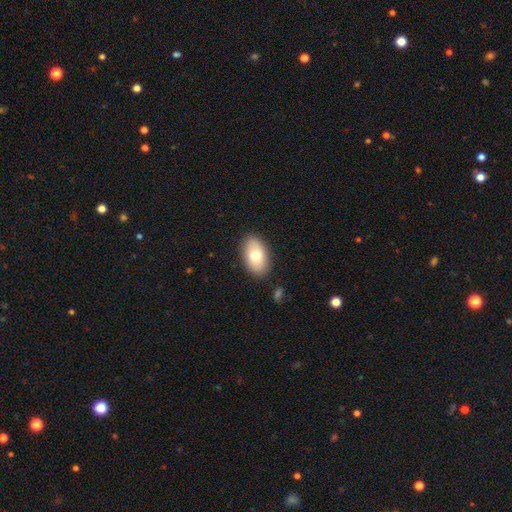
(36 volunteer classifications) smooth 78%, featured or disk 19%, star or artifact 3%. Down the decision tree: how rounded — in between (96%); merging — none (74%).